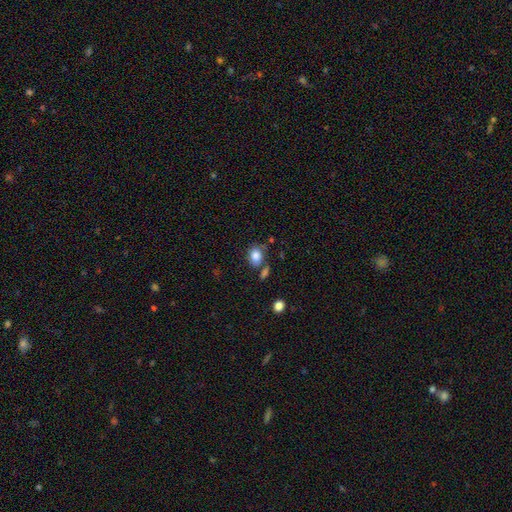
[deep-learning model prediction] Smooth or featured? Predicted: smooth (p=0.84). How rounded? Predicted: in between (p=0.58). Merging? Predicted: none (p=0.62).